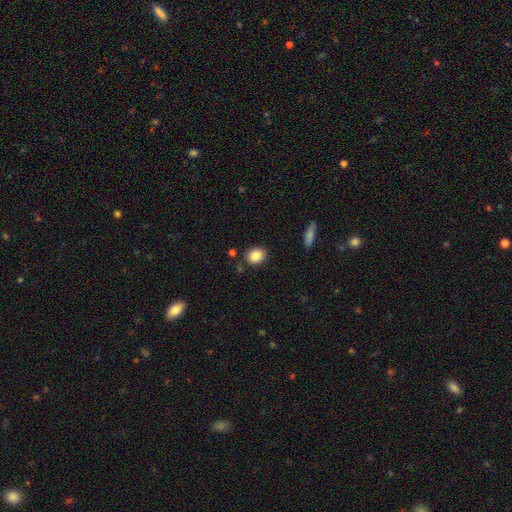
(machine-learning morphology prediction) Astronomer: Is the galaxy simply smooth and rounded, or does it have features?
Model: smooth — 87%.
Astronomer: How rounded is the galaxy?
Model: round — 55% (runner-up: in between, 44%).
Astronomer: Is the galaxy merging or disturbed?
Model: none — 84%.